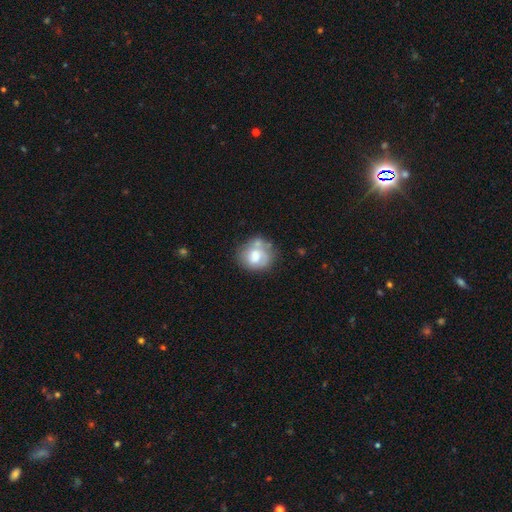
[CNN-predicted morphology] A smooth galaxy with no disk features (58%) that is round (72%). Merging: none (49%).